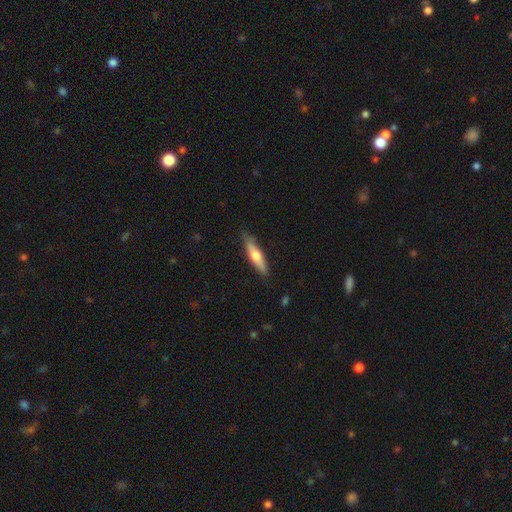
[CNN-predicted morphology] This appears to be a smooth galaxy with no disk features (54%) that is cigar-shaped (79%). Merging: none (83%).